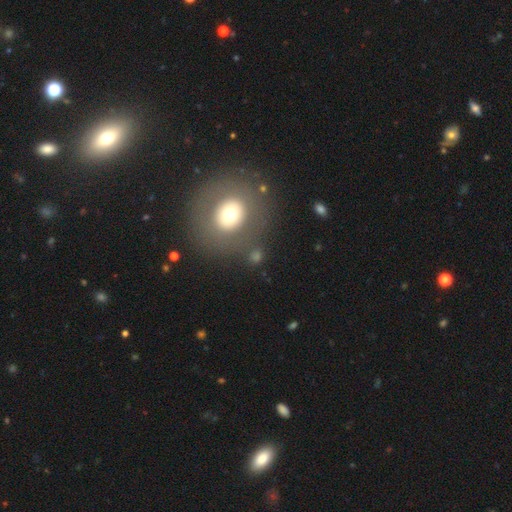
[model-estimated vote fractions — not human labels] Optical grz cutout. It shows a smooth galaxy with no disk features (62%) that is round (83%). Merging: none (78%).